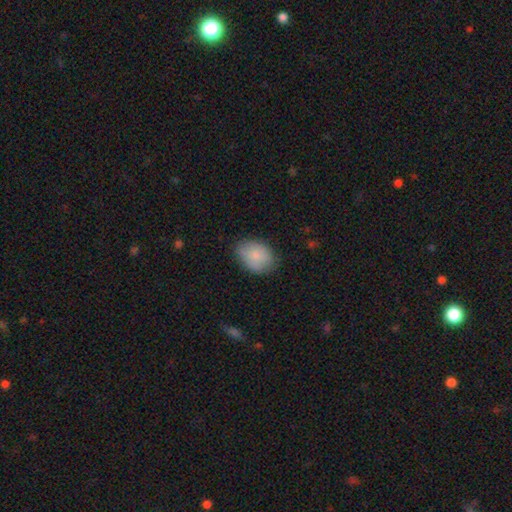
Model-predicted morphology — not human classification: Q: Smooth or featured?
A: smooth (80%); runner-up: featured or disk (13%)
Q: How rounded?
A: in between (70%); runner-up: round (29%)
Q: Merging?
A: none (72%); runner-up: minor disturbance (22%)